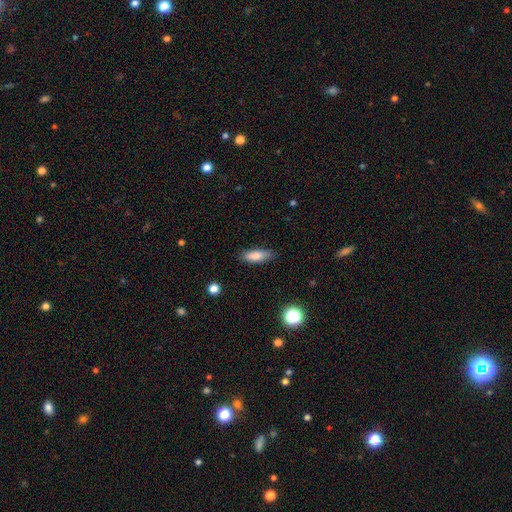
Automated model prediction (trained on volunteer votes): Q: Smooth or featured?
A: smooth (80%); runner-up: featured or disk (12%)
Q: How rounded?
A: in between (58%); runner-up: cigar-shaped (39%)
Q: Merging?
A: none (84%); runner-up: minor disturbance (12%)